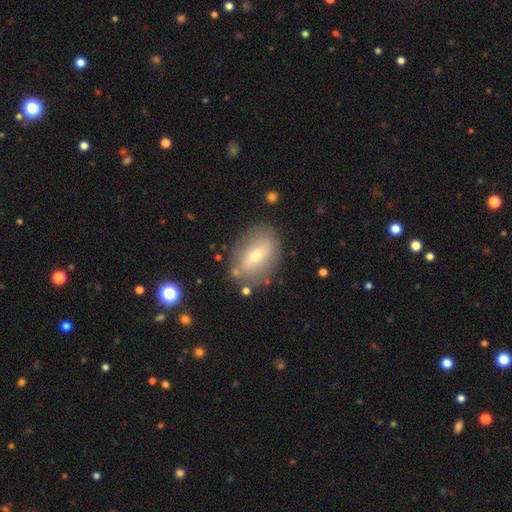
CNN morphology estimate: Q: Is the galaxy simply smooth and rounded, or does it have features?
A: smooth — 52%.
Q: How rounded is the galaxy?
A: in between — 83%.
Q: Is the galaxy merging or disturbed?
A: none — 78%.